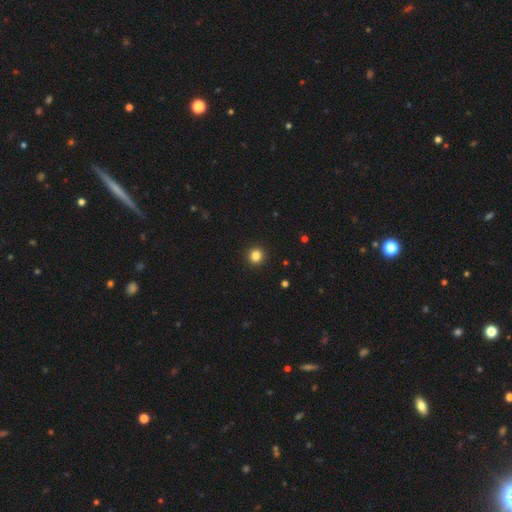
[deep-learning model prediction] smooth-or-featured: smooth: 84% | star or artifact: 12% | featured or disk: 4%
  how-rounded: round: 94% | in between: 5% | cigar-shaped: 1%
  merging: none: 93% | minor disturbance: 4% | major disturbance: 2% | merger: 1%